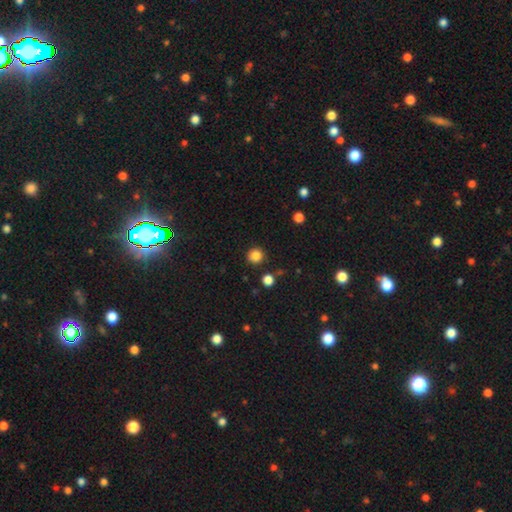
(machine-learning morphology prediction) Smooth or featured? smooth (85%)
How rounded? round (94%)
Merging? none (89%)